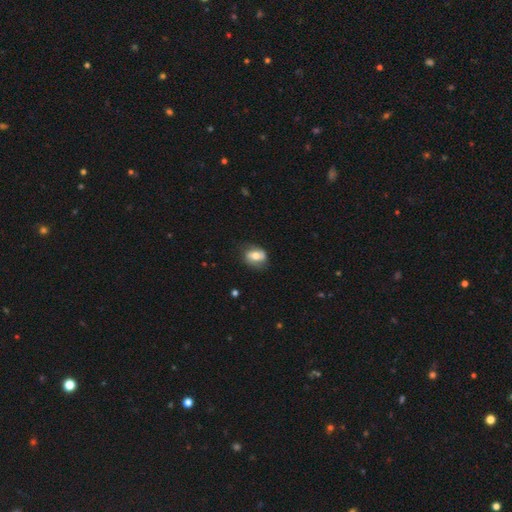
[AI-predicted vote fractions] smooth 49%, featured or disk 43%, star or artifact 8%. Down the decision tree: merging — none (71%).